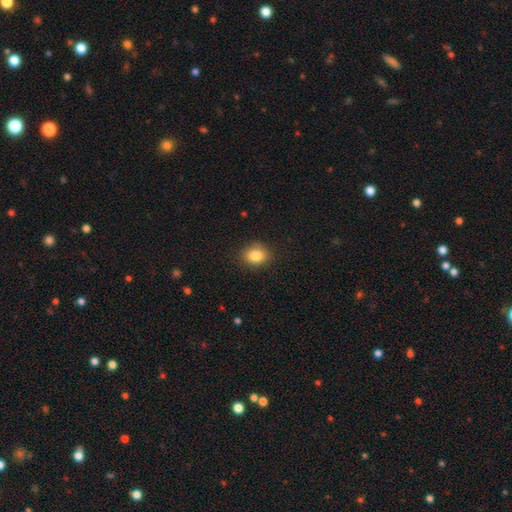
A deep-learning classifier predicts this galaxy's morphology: A smooth galaxy with no disk features (85%) that is round (54%).

Vote fractions:
- Smooth or featured? smooth: 85% / star or artifact: 9% / featured or disk: 6%
- How rounded? round: 54% / in between: 45% / cigar-shaped: 1%
- Merging? none: 86% / minor disturbance: 10% / major disturbance: 3% / merger: 1%